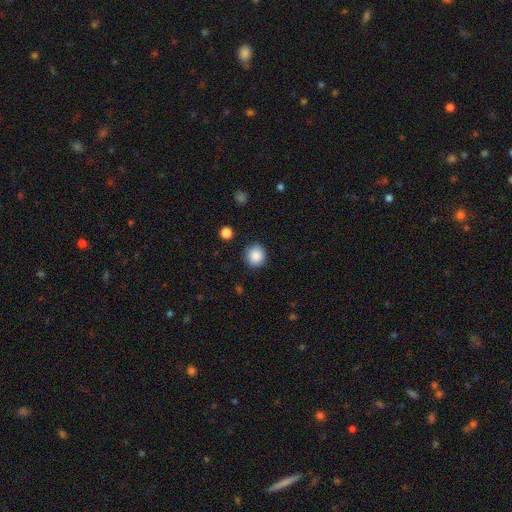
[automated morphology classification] type=smooth (87%); roundness=round (88%); merging=none (87%).